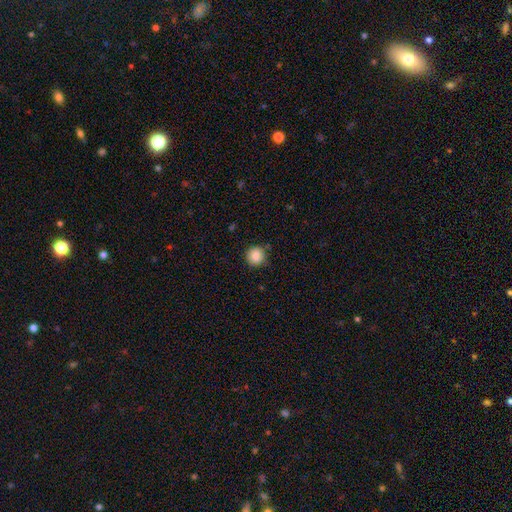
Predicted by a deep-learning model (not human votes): Overall: smooth (86%). How rounded: round (93%). Merging: none (87%).